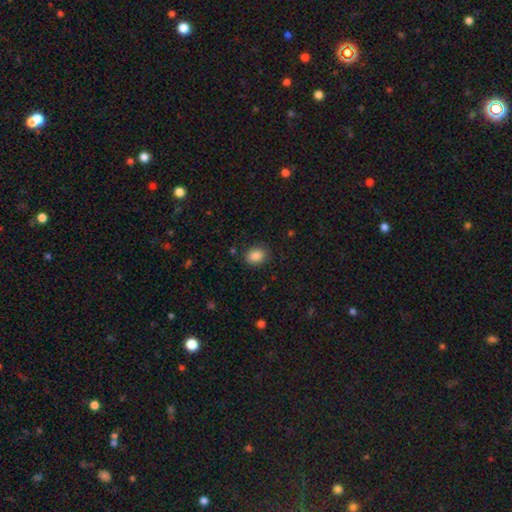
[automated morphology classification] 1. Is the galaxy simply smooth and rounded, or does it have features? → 87% smooth, 9% star or artifact, 4% featured or disk.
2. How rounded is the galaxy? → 60% in between, 39% round, 1% cigar-shaped.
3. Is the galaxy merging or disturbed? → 86% none, 10% minor disturbance, 3% major disturbance, 1% merger.